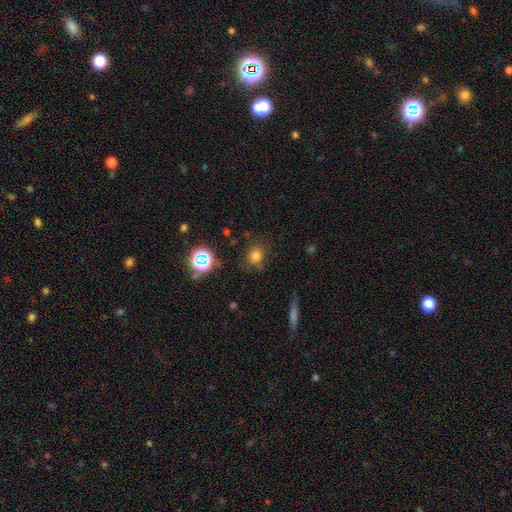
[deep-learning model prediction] This appears to be a smooth galaxy with no disk features (74%) that is round (76%). Merging: none (79%).